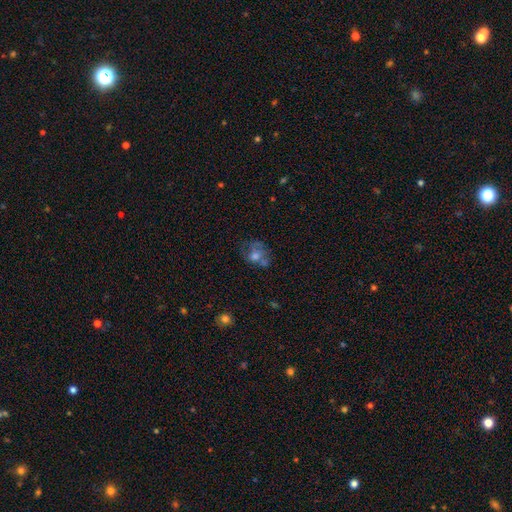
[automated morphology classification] This appears to be a featured or disk galaxy (47%). Merging: none (47%).